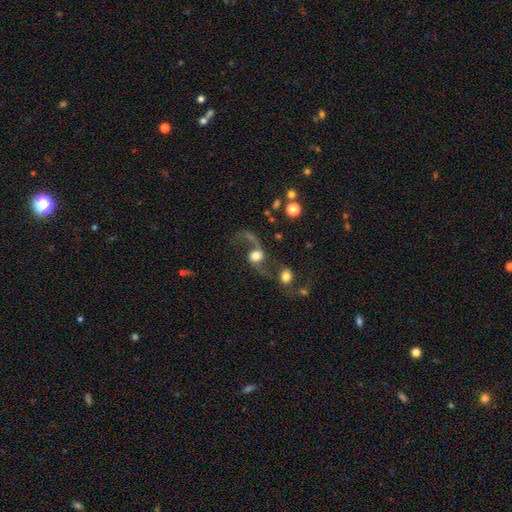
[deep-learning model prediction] Q: Smooth or featured?
A: featured or disk (67%); runner-up: smooth (23%)
Q: Edge-on disk?
A: no (96%); runner-up: yes (4%)
Q: Bar?
A: no (69%); runner-up: weak (24%)
Q: Spiral arms?
A: yes (88%); runner-up: no (12%)
Q: Spiral winding?
A: loose (88%); runner-up: medium (10%)
Q: Spiral arm count?
A: 2 (74%); runner-up: 1 (21%)
Q: Bulge size?
A: moderate (40%); runner-up: large (38%)
Q: Merging?
A: none (40%); runner-up: major disturbance (27%)